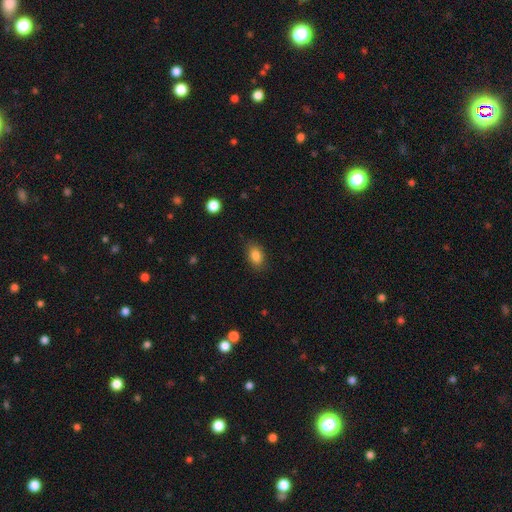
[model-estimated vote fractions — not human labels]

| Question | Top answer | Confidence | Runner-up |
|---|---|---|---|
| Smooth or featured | smooth | 84% | star or artifact (9%) |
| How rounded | in between | 83% | round (15%) |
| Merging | none | 83% | minor disturbance (13%) |